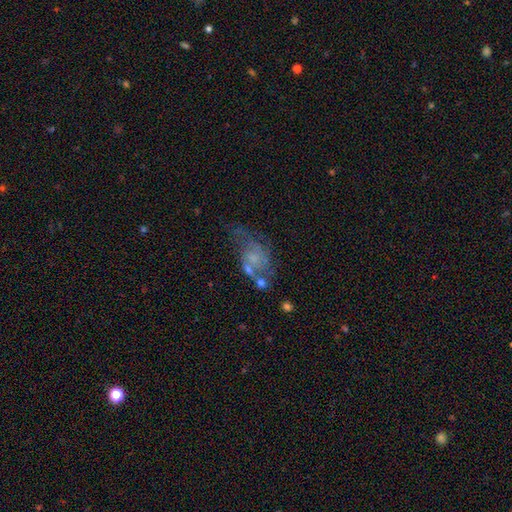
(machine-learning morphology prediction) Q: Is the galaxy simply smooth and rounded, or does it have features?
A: featured or disk — 64%.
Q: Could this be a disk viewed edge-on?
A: no — 97%.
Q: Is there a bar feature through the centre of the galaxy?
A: no — 68%.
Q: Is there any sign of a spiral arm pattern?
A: yes — 67%.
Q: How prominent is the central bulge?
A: none — 40%.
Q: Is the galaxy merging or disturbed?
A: none — 33%.